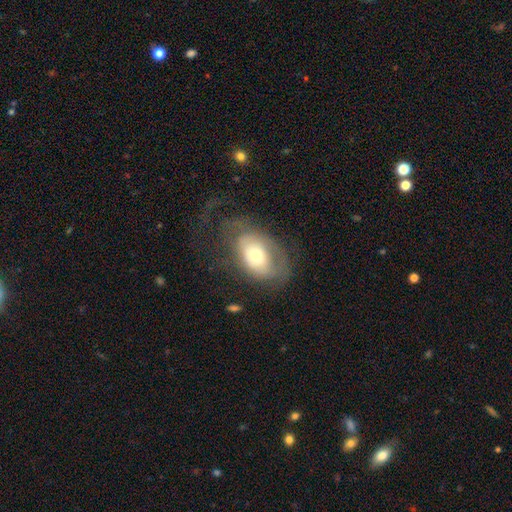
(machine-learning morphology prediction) Overall: smooth (51%; featured or disk 42%). How rounded: in between (84%). Merging: none (38%; major disturbance 36%).